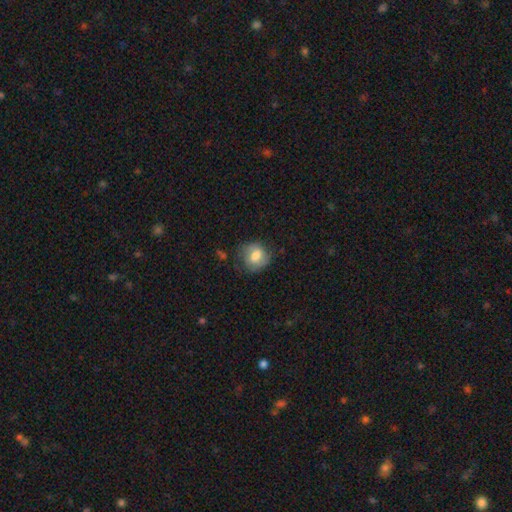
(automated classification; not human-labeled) Overall: smooth (67%). How rounded: round (68%; in between 31%). Merging: none (62%; minor disturbance 25%).